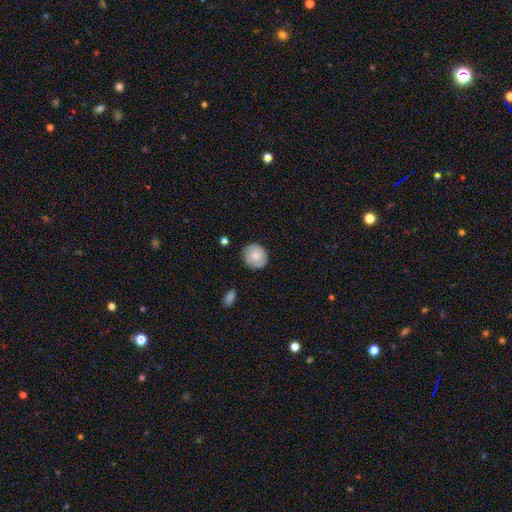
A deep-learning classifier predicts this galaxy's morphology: type=smooth (71%); roundness=round (85%); merging=none (83%).